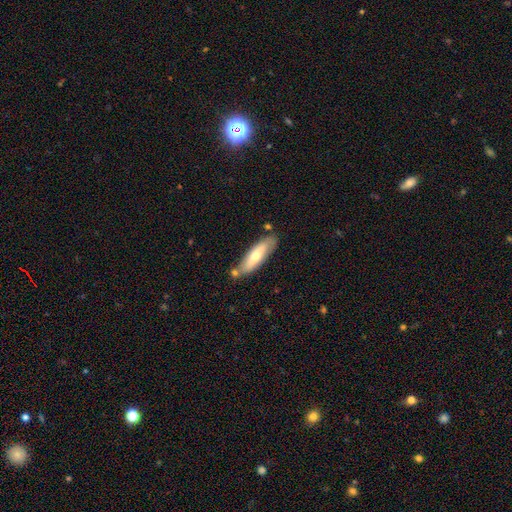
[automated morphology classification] Smooth or featured: smooth — 61% (featured or disk — 34%)
How rounded: cigar-shaped — 58% (in between — 41%)
Merging: none — 70% (minor disturbance — 17%)